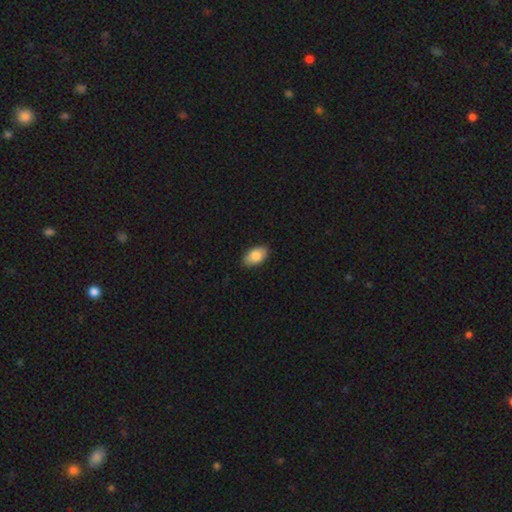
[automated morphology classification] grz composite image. It shows a smooth galaxy with no disk features (84%) that is in between round and cigar-shaped (94%). Merging: none (88%).